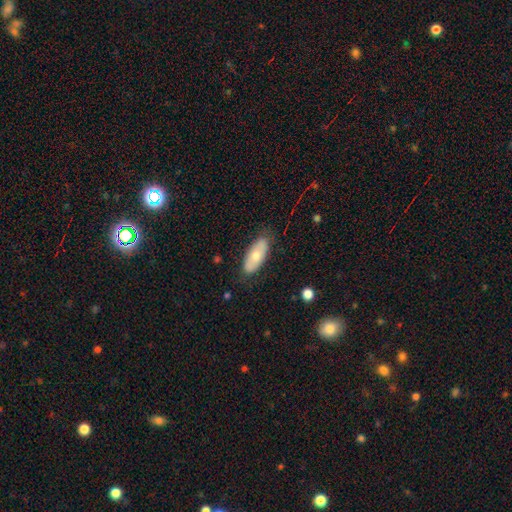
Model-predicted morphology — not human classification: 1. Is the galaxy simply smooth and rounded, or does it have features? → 69% smooth, 26% featured or disk, 6% star or artifact.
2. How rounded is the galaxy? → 82% in between, 16% cigar-shaped, 2% round.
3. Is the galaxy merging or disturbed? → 79% none, 16% minor disturbance, 3% major disturbance, 1% merger.